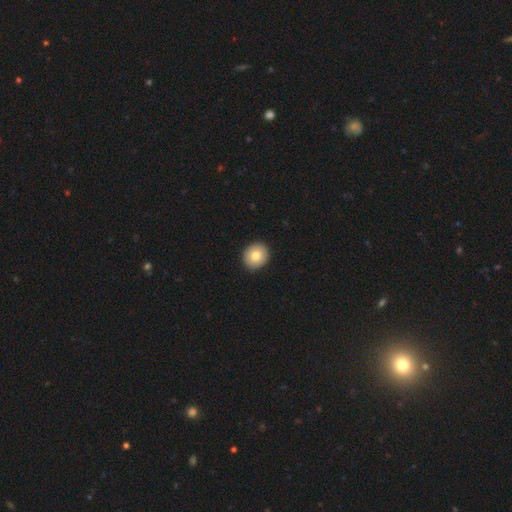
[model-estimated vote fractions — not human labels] The model was most divided on "how rounded": round: 83%, in between: 16%, cigar-shaped: 1%. More confident: merging — none (93%); smooth or featured — smooth (82%).